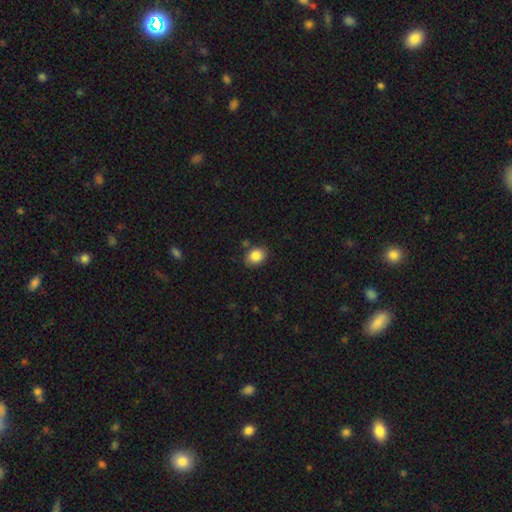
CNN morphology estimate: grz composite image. It shows a smooth galaxy with no disk features (86%) that is in between round and cigar-shaped (62%). Merging: none (83%).